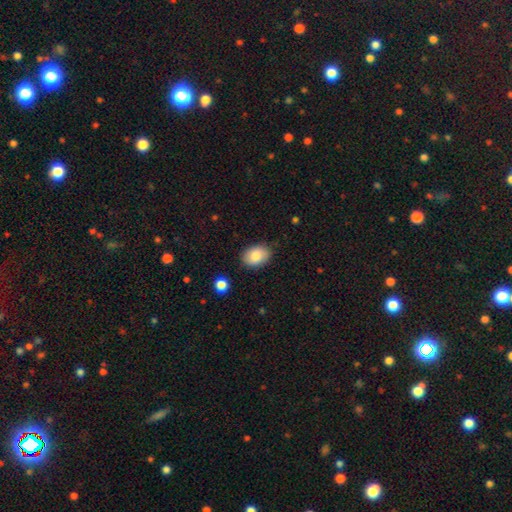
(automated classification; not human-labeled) smooth_or_featured: smooth (p=0.84) [alt: featured or disk p=0.09]
how_rounded: in between (p=0.77) [alt: round p=0.22]
merging: none (p=0.86) [alt: minor disturbance p=0.10]